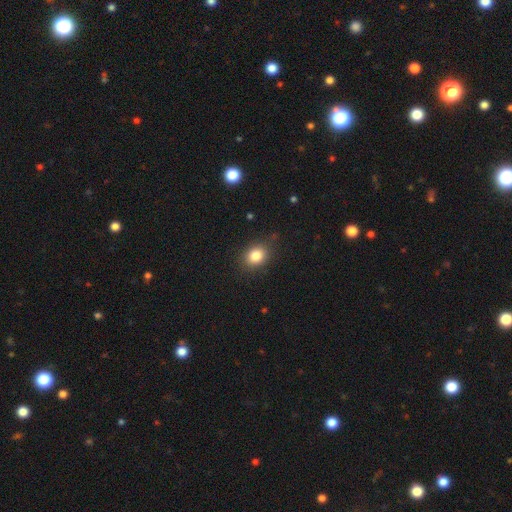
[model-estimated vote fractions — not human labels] Morphology: type=smooth (83%); roundness=in between (50%); merging=none (84%).